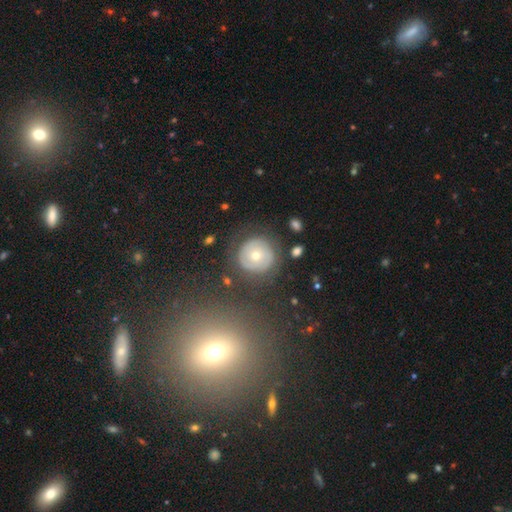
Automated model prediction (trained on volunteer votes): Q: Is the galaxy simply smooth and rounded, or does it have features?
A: featured or disk — 47%.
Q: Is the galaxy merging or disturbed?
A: none — 80%.